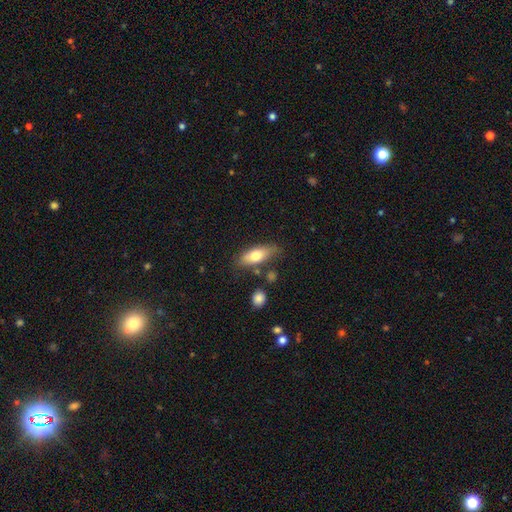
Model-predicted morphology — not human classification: This is likely a smooth galaxy (69%). How rounded: likely in between (71%). Merging: likely none (73%).